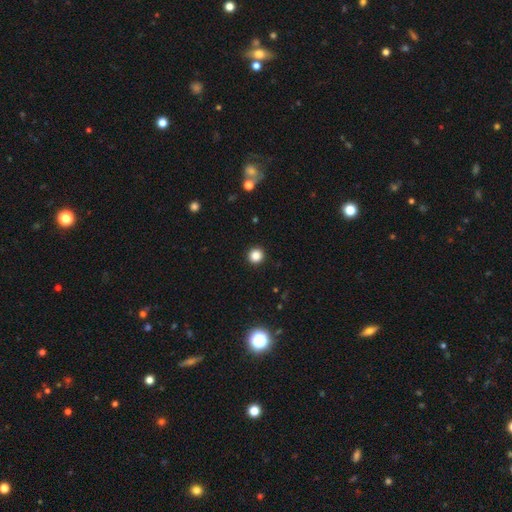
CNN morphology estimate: Smooth or featured: smooth — 85% (star or artifact — 12%)
How rounded: round — 95% (in between — 4%)
Merging: none — 93% (minor disturbance — 4%)